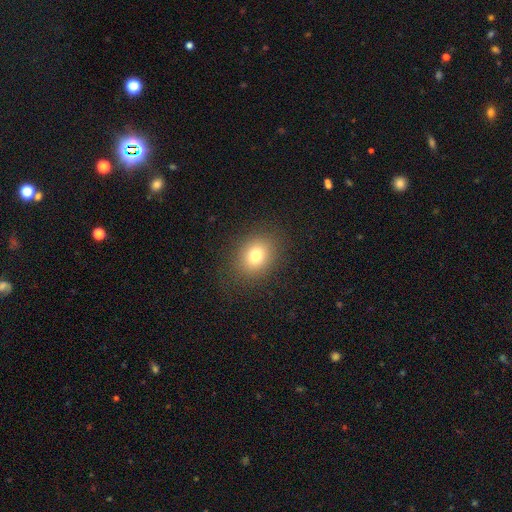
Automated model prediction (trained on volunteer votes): Overall: smooth (78%). How rounded: round (51%; in between 48%). Merging: none (86%).